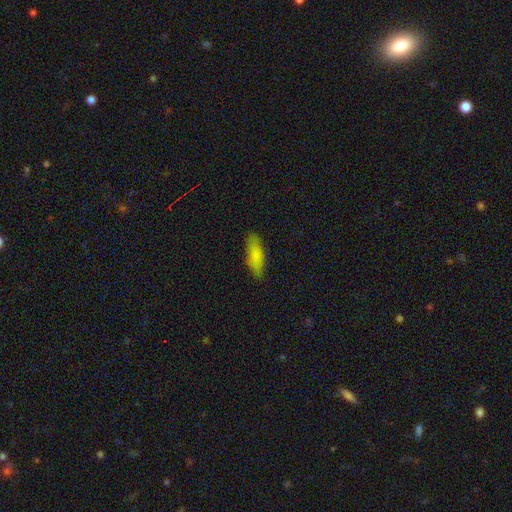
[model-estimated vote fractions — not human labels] A smooth galaxy with no disk features (83%) that is in between round and cigar-shaped (53%). Merging: none (82%).